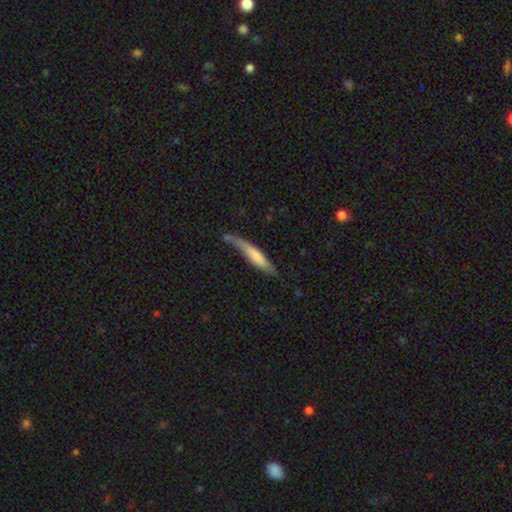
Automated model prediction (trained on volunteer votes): smooth_or_featured: smooth (p=0.63) [alt: featured or disk p=0.32]
how_rounded: cigar-shaped (p=0.89) [alt: in between p=0.10]
merging: none (p=0.51) [alt: minor disturbance p=0.31]